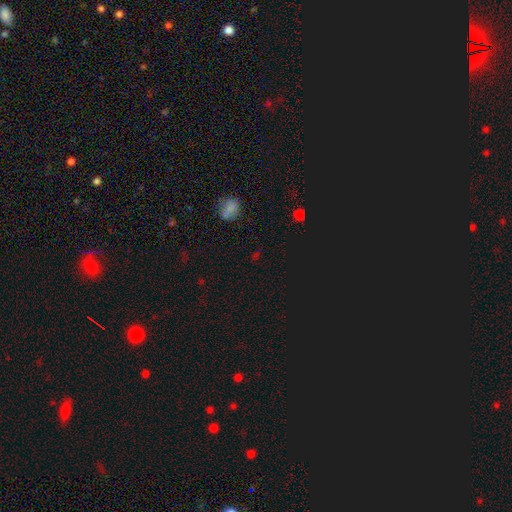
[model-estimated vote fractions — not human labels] Smooth or featured? Predicted: star or artifact (p=0.60).